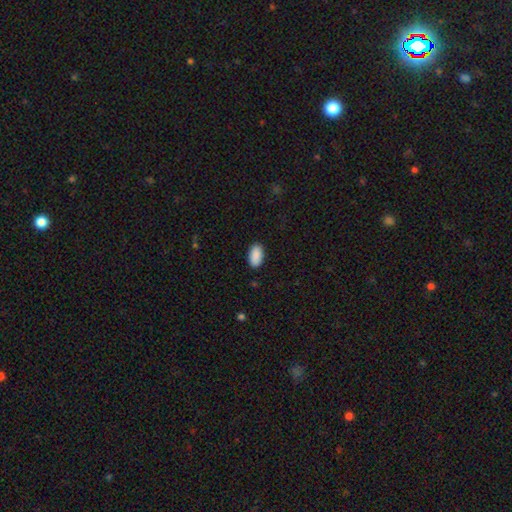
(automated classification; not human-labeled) Overall: smooth (91%). How rounded: in between (95%). Merging: none (89%).